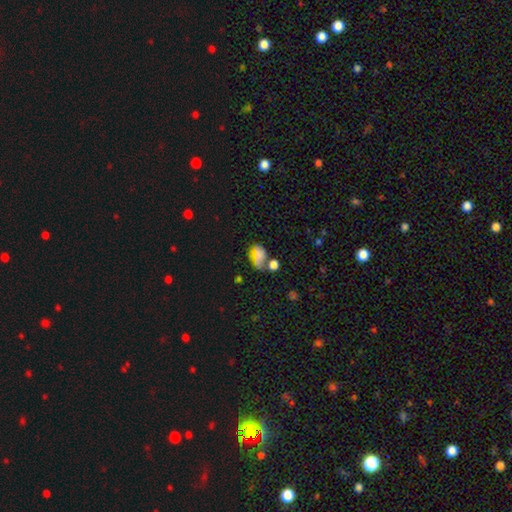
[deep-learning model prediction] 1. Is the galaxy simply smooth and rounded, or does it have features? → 57% smooth, 28% star or artifact, 16% featured or disk.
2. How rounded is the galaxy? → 63% in between, 32% round, 5% cigar-shaped.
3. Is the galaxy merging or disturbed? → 58% none, 18% minor disturbance, 15% merger, 9% major disturbance.